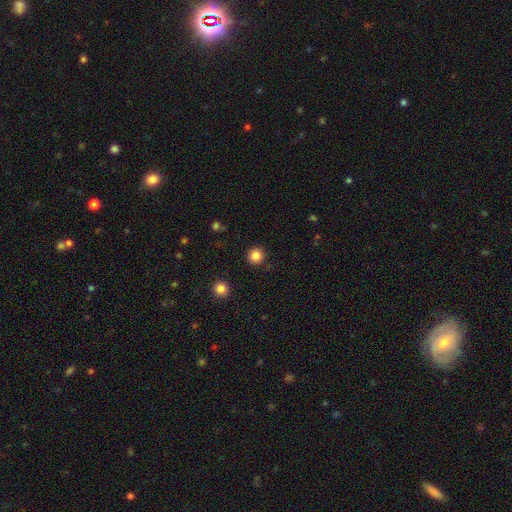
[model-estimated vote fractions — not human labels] This appears to be a smooth galaxy with no disk features (84%) that is round (95%). Merging: none (92%).